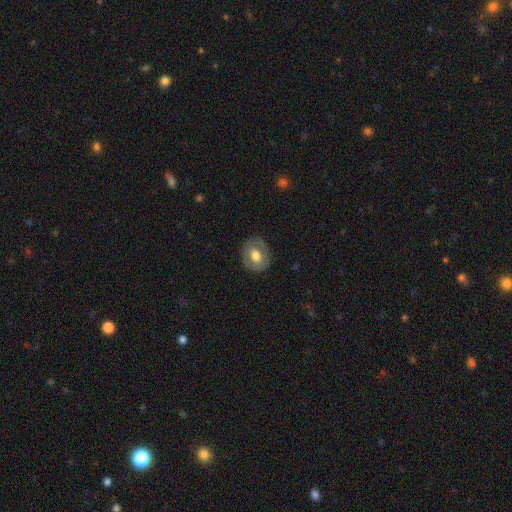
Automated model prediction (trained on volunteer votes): Q: Smooth or featured?
A: smooth (55%); runner-up: featured or disk (38%)
Q: How rounded?
A: round (57%); runner-up: in between (42%)
Q: Merging?
A: none (82%); runner-up: minor disturbance (13%)